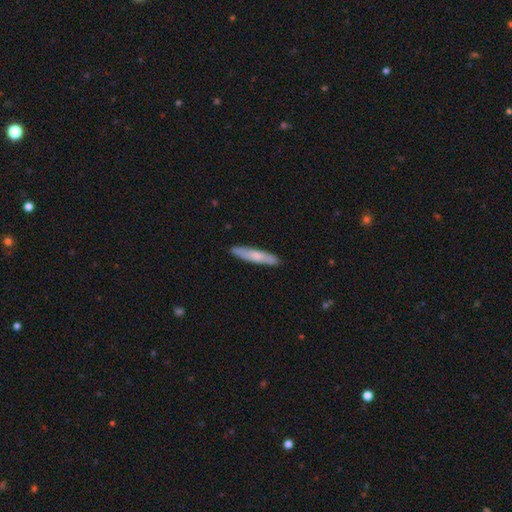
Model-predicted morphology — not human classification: Smooth or featured? Predicted: smooth (p=0.66). How rounded? Predicted: cigar-shaped (p=0.89). Merging? Predicted: none (p=0.89).